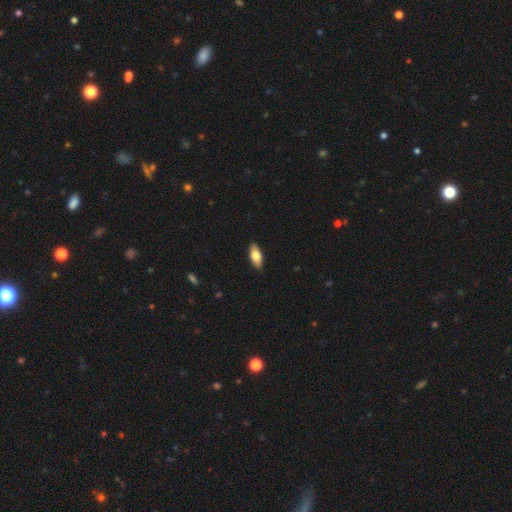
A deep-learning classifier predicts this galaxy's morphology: This appears to be a smooth galaxy with no disk features (73%) that is in between round and cigar-shaped (82%). Merging: none (89%).